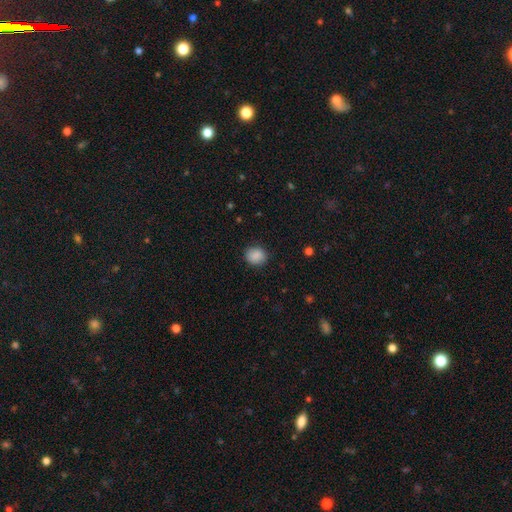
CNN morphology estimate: Smooth or featured? Predicted: smooth (p=0.89). How rounded? Predicted: round (p=0.70). Merging? Predicted: none (p=0.87).